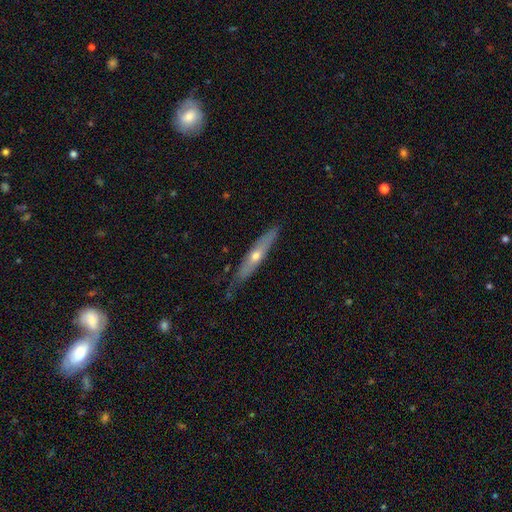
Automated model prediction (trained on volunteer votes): This is likely a featured or disk galaxy (61%). It is clearly viewed edge-on (87%). Edge-on bulge: clearly rounded (83%). Merging: clearly none (80%).